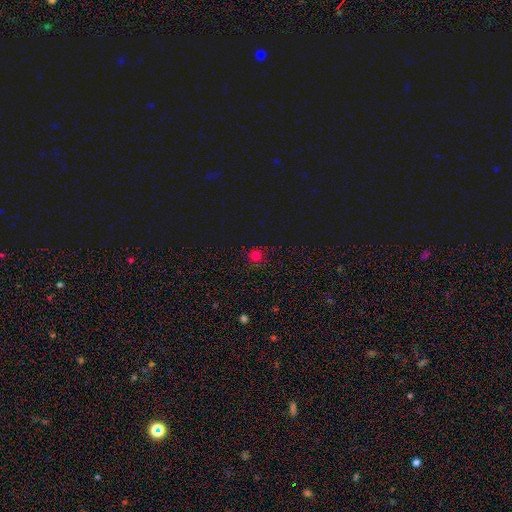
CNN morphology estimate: smooth-or-featured: smooth: 74% | star or artifact: 21% | featured or disk: 5%
  how-rounded: round: 94% | in between: 5% | cigar-shaped: 1%
  merging: none: 89% | minor disturbance: 7% | major disturbance: 2% | merger: 1%